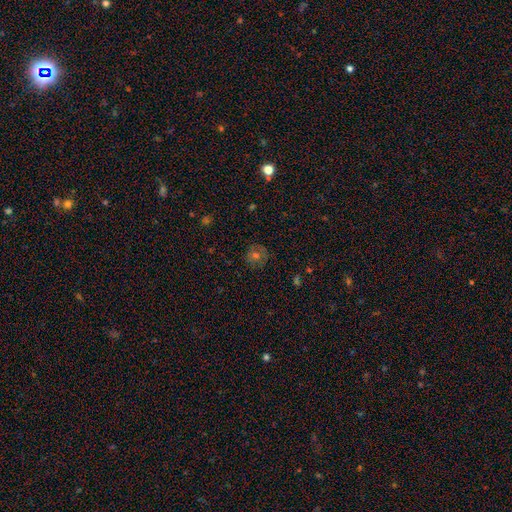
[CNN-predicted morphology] This is possibly a smooth galaxy (51%). How rounded: clearly round (87%). Merging: likely none (79%).